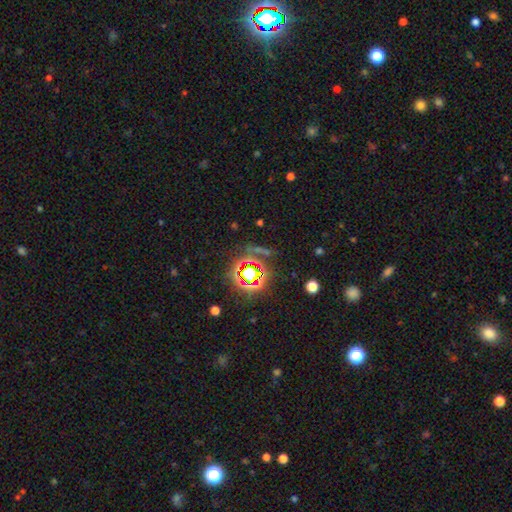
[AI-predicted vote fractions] Smooth or featured: star or artifact — 77% (smooth — 14%)